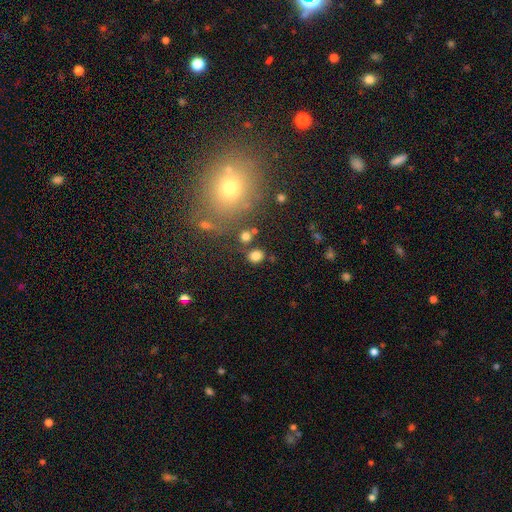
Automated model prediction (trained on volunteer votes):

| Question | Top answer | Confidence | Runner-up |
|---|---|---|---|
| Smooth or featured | smooth | 80% | star or artifact (14%) |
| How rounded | round | 70% | in between (28%) |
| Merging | none | 77% | minor disturbance (10%) |